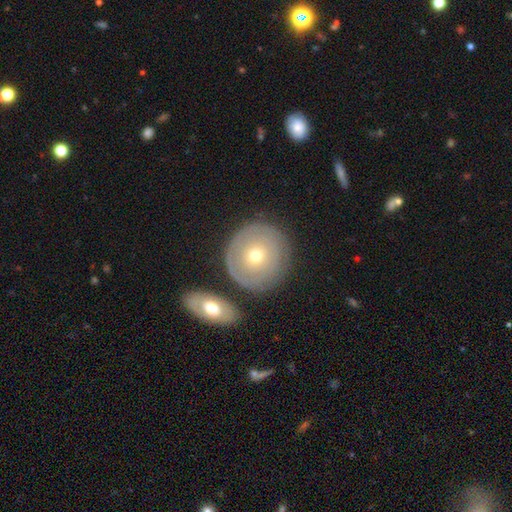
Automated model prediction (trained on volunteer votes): smooth_or_featured: featured or disk (p=0.47) [alt: smooth p=0.46]
merging: none (p=0.77) [alt: minor disturbance p=0.12]